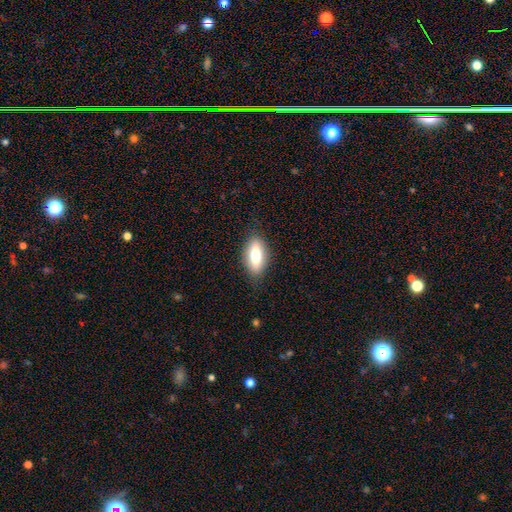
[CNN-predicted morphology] This appears to be a smooth galaxy with no disk features (77%) that is in between round and cigar-shaped (82%). Merging: none (84%).